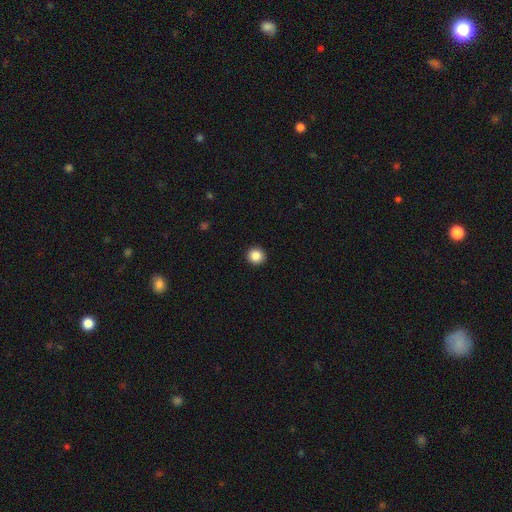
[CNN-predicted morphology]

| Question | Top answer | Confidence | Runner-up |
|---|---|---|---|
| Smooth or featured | smooth | 86% | star or artifact (10%) |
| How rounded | round | 95% | in between (4%) |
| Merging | none | 94% | minor disturbance (4%) |